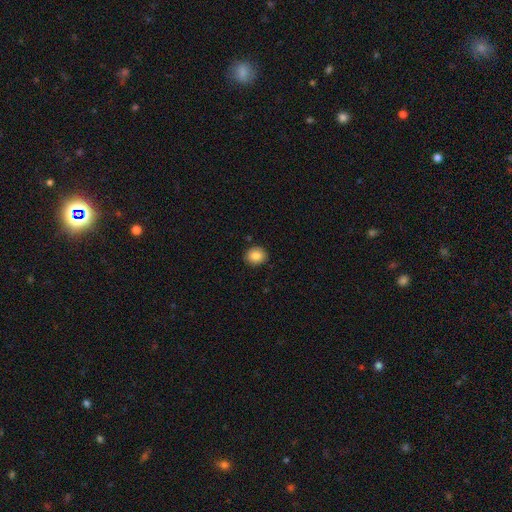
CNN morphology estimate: This is clearly a smooth galaxy (85%). How rounded: likely round (73%). Merging: clearly none (89%).